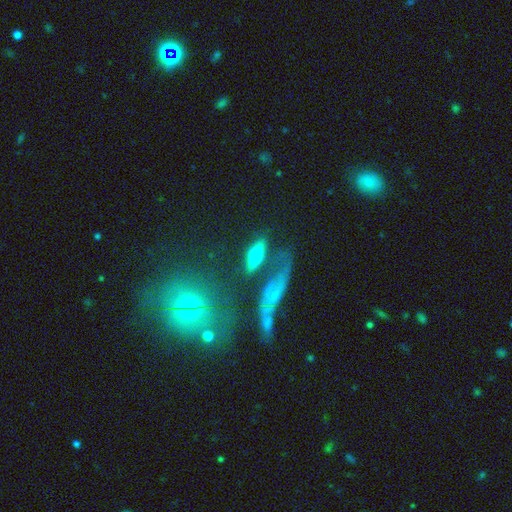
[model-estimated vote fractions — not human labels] smooth 54%, featured or disk 37%, star or artifact 9%. Down the decision tree: how rounded — in between (50%); merging — none (59%).